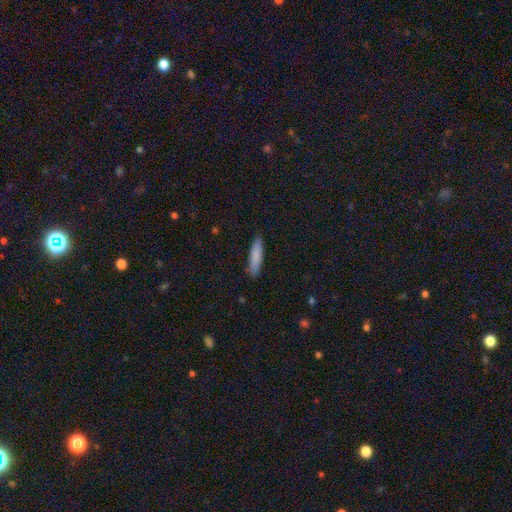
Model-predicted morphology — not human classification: Smooth or featured?
  - smooth: 84% *
  - featured or disk: 10%
  - star or artifact: 6%
How rounded?
  - cigar-shaped: 78% *
  - in between: 20%
  - round: 1%
Merging?
  - none: 89% *
  - minor disturbance: 9%
  - major disturbance: 2%
  - merger: 1%